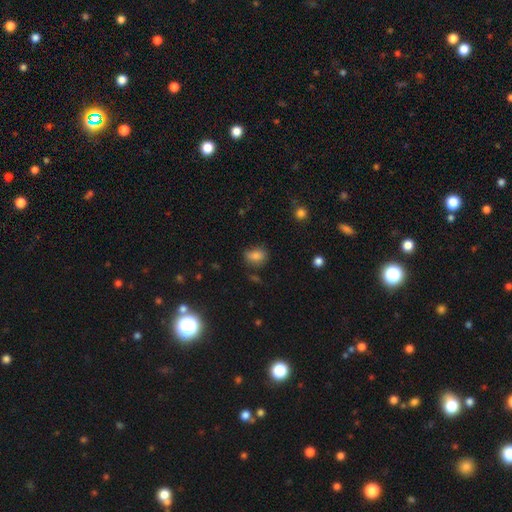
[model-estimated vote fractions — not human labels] Smooth or featured? smooth (81%)
How rounded? in between (62%)
Merging? none (70%)